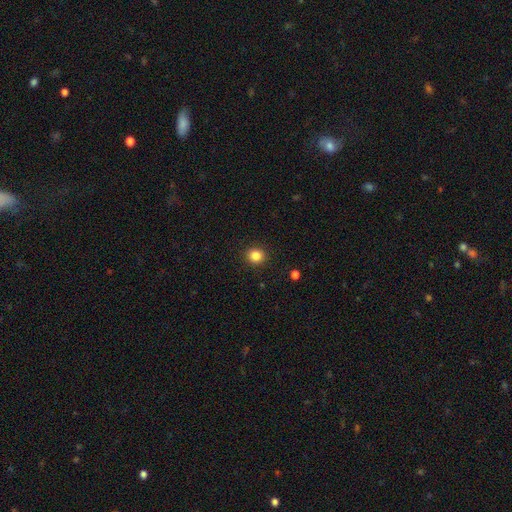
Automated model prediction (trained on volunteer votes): A smooth galaxy with no disk features (84%) that is round (88%). Merging: none (91%).